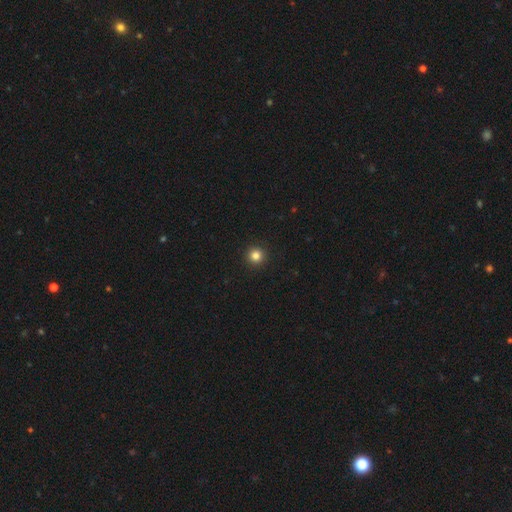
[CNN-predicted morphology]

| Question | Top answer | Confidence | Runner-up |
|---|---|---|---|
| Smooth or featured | smooth | 83% | star or artifact (13%) |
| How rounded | round | 96% | in between (3%) |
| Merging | none | 94% | minor disturbance (4%) |